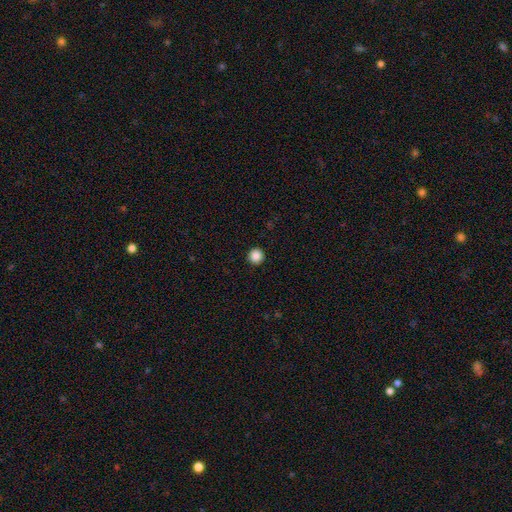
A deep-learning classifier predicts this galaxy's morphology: smooth 87%, star or artifact 10%, featured or disk 3%. Down the decision tree: how rounded — round (96%); merging — none (93%).